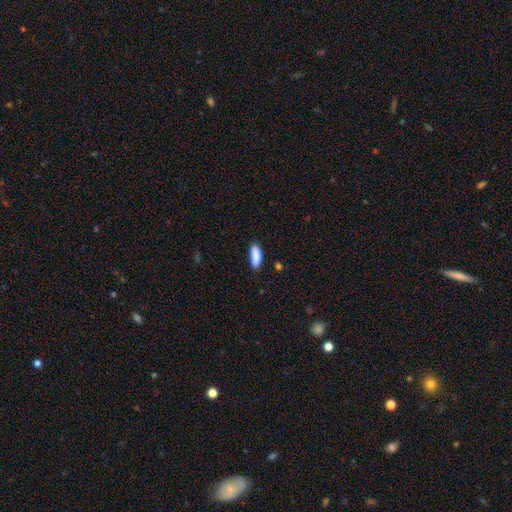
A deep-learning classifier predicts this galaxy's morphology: This is clearly a smooth galaxy (89%). How rounded: likely in between (65%). Merging: clearly none (83%).